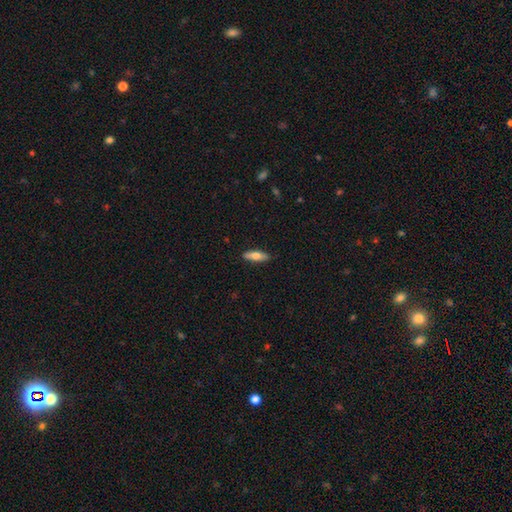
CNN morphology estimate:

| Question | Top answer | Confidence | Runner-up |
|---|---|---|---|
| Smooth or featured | smooth | 68% | featured or disk (26%) |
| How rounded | in between | 51% | cigar-shaped (47%) |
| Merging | none | 88% | minor disturbance (9%) |